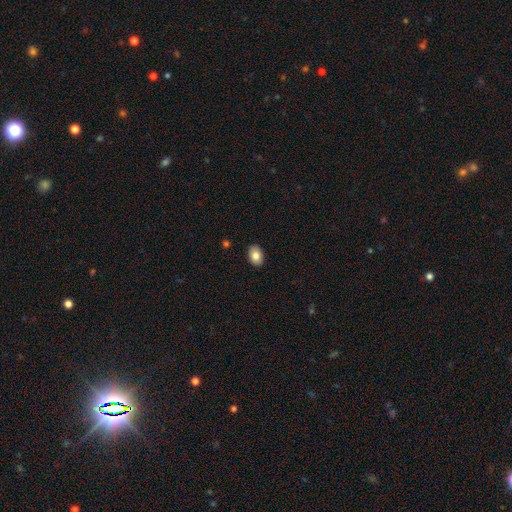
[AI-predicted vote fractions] Overall: smooth (84%). How rounded: in between (84%). Merging: none (90%).